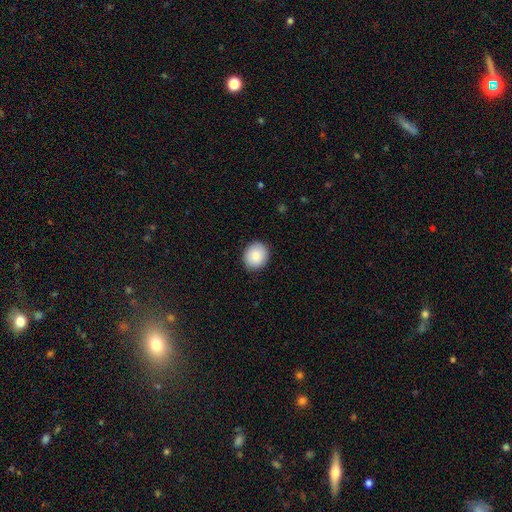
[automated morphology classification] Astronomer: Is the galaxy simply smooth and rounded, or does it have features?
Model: smooth — 87%.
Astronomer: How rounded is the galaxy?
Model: round — 73%.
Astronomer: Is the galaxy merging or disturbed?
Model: none — 90%.